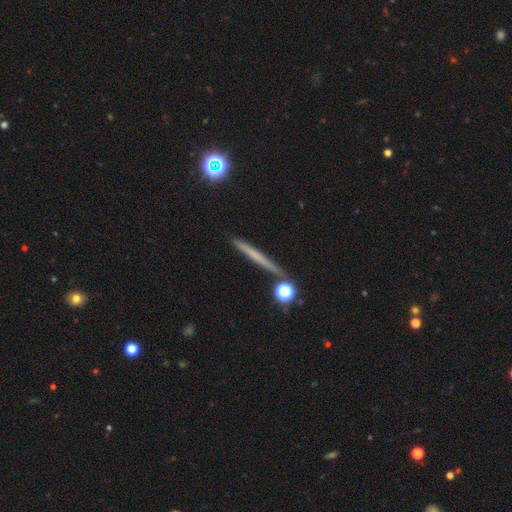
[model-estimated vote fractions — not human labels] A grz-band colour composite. It shows a smooth galaxy with no disk features (49%). Merging: none (85%).